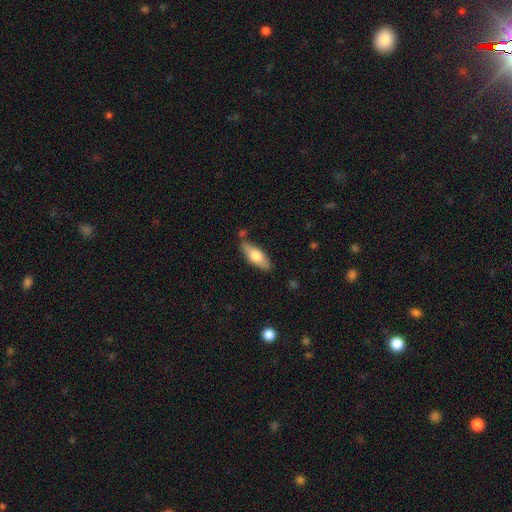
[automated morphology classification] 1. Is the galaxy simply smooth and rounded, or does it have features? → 66% smooth, 28% featured or disk, 6% star or artifact.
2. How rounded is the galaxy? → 69% in between, 28% cigar-shaped, 2% round.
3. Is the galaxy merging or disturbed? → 77% none, 15% minor disturbance, 5% merger, 3% major disturbance.